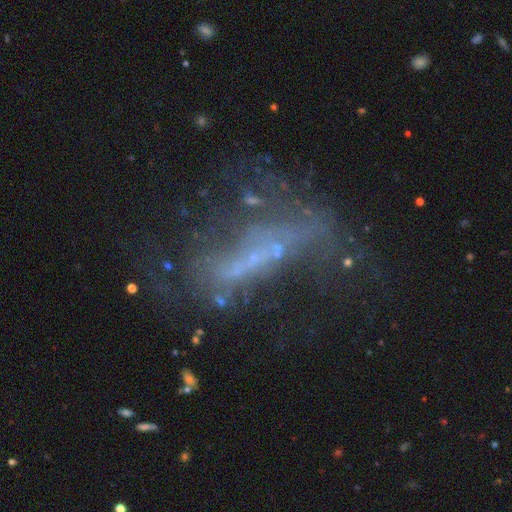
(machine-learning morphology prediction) Smooth or featured: featured or disk — 57% (star or artifact — 23%)
Edge-on disk: no — 79% (yes — 21%)
Merging: none — 39% (major disturbance — 34%)